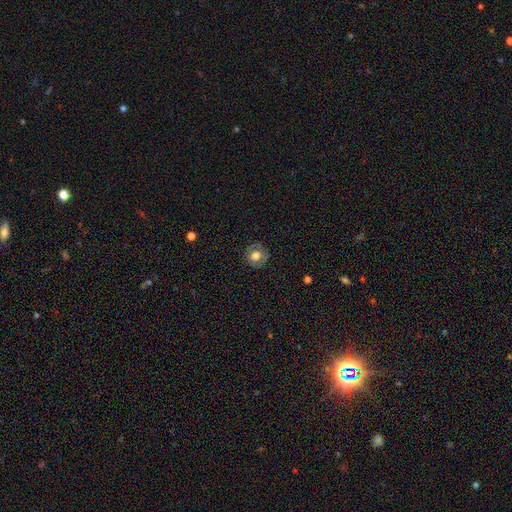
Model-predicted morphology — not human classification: This appears to be a smooth galaxy with no disk features (60%) that is round (85%). Merging: none (82%).